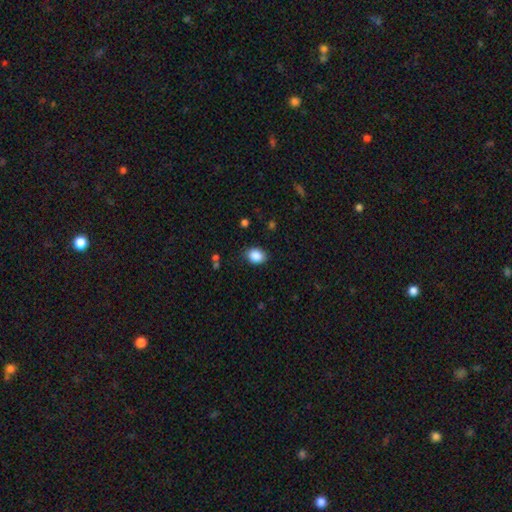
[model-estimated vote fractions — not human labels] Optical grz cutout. It shows a smooth galaxy with no disk features (88%) that is in between round and cigar-shaped (59%). Merging: none (84%).